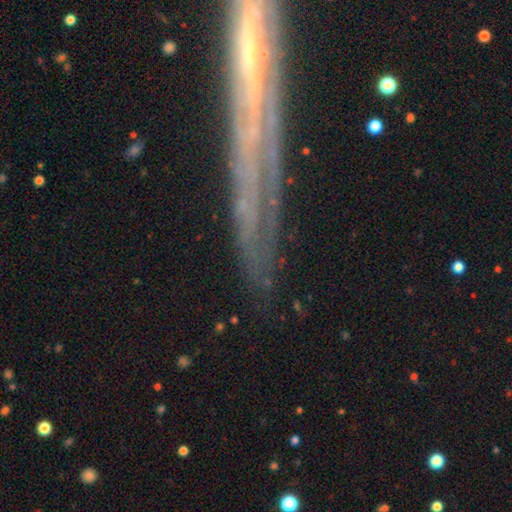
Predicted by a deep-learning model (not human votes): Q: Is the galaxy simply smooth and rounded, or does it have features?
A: featured or disk — 64%.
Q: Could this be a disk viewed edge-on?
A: yes — 60%.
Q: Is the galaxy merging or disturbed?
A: none — 79%.